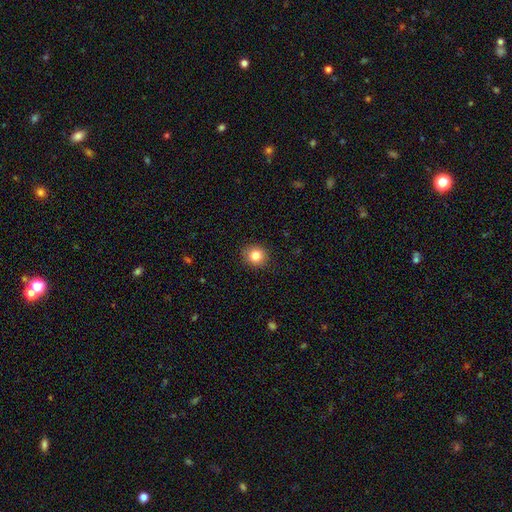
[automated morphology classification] A smooth galaxy with no disk features (83%) that is round (90%).

Vote fractions:
- Smooth or featured? smooth: 83% / star or artifact: 11% / featured or disk: 7%
- How rounded? round: 90% / in between: 9% / cigar-shaped: 1%
- Merging? none: 91% / minor disturbance: 6% / major disturbance: 2% / merger: 1%